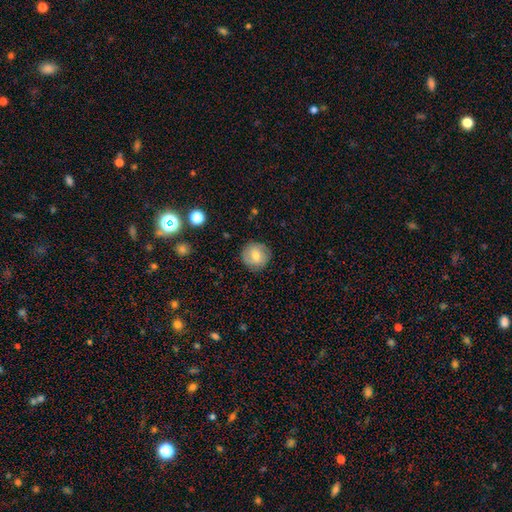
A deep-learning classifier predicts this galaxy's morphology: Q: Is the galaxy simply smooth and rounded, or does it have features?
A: smooth — 71%.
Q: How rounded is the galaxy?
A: round — 92%.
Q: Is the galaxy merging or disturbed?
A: none — 86%.